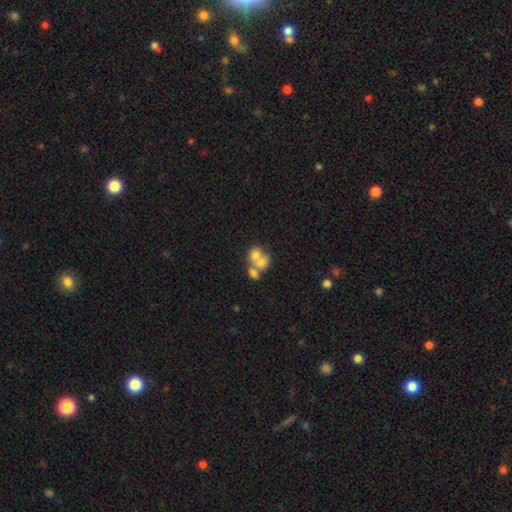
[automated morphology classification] smooth 62%, featured or disk 27%, star or artifact 11%. Down the decision tree: how rounded — round (58%); merging — merger (68%).